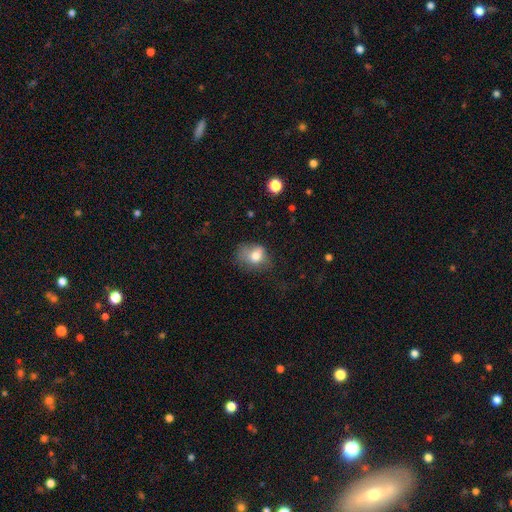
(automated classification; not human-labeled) Q: Smooth or featured?
A: smooth (74%); runner-up: featured or disk (15%)
Q: How rounded?
A: in between (56%); runner-up: round (43%)
Q: Merging?
A: none (37%); runner-up: minor disturbance (33%)